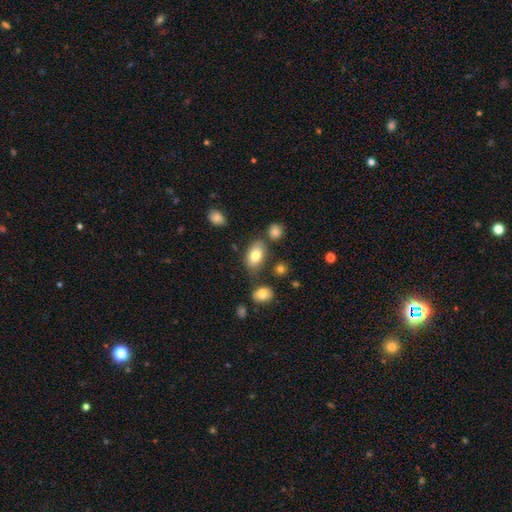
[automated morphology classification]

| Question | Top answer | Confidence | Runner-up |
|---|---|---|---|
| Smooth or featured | smooth | 79% | featured or disk (13%) |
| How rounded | in between | 90% | round (7%) |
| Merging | none | 74% | minor disturbance (14%) |